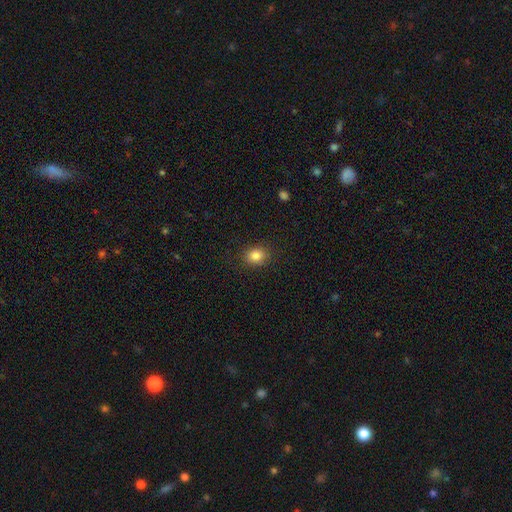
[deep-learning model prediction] The model was most divided on "how rounded": round: 50%, in between: 49%, cigar-shaped: 1%. More confident: merging — none (87%); smooth or featured — smooth (84%).